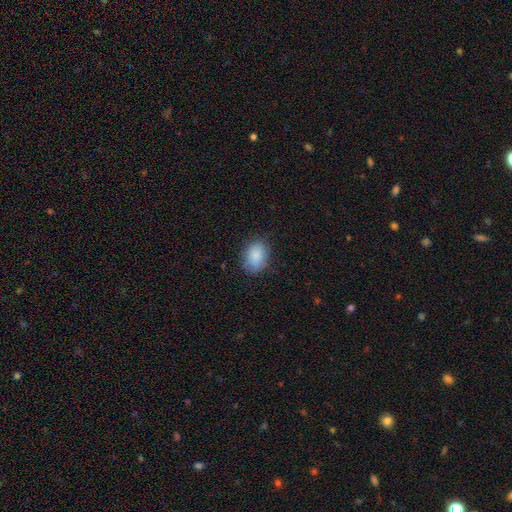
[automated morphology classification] smooth 87%, star or artifact 7%, featured or disk 5%. Down the decision tree: how rounded — in between (71%); merging — none (79%).